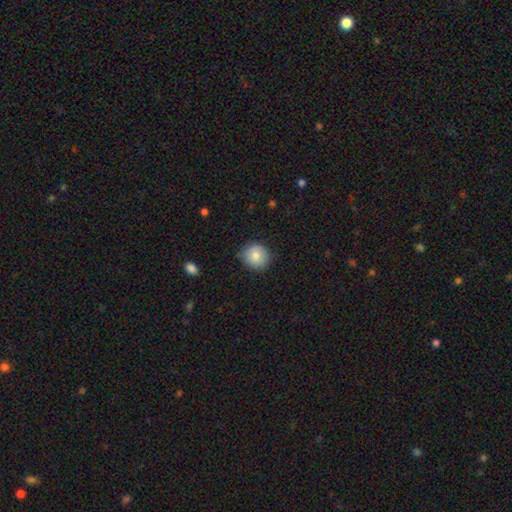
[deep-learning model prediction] A smooth galaxy with no disk features (83%) that is round (87%).

Vote fractions:
- Smooth or featured? smooth: 83% / featured or disk: 9% / star or artifact: 8%
- How rounded? round: 87% / in between: 12% / cigar-shaped: 1%
- Merging? none: 81% / minor disturbance: 15% / major disturbance: 3% / merger: 1%